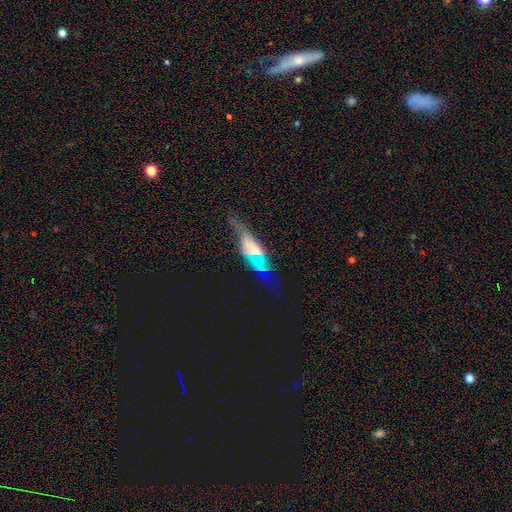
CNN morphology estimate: Smooth or featured: featured or disk — 55% (smooth — 33%)
Edge-on disk: yes — 63% (no — 37%)
Merging: none — 53% (minor disturbance — 24%)